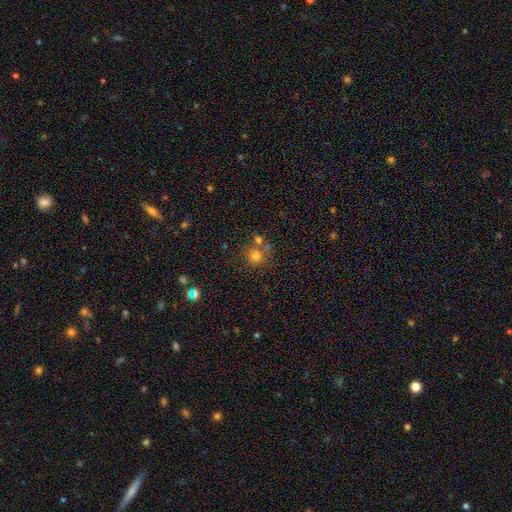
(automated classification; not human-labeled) This is likely a smooth galaxy (74%). How rounded: clearly round (88%). Merging: possibly none (59%).